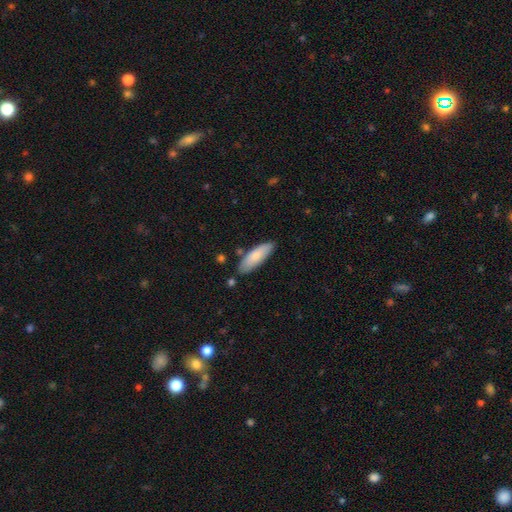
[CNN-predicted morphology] Smooth or featured? smooth (78%)
How rounded? in between (59%)
Merging? none (80%)